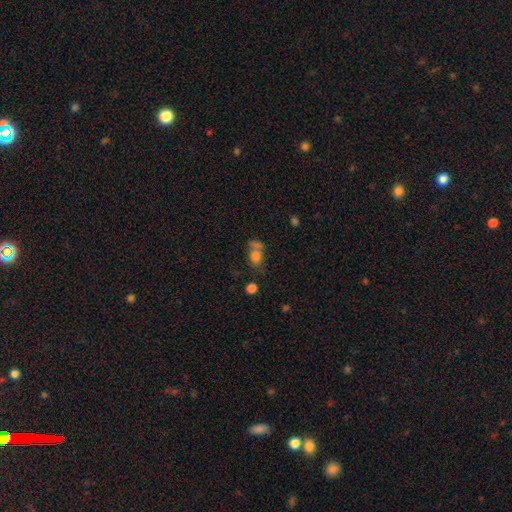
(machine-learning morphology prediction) Smooth or featured: smooth — 77% (star or artifact — 12%)
How rounded: in between — 52% (round — 46%)
Merging: none — 41% (merger — 33%)